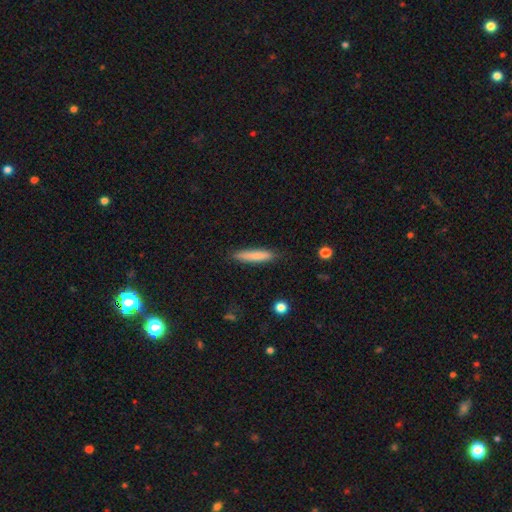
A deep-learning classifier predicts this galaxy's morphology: This appears to be a smooth galaxy with no disk features (80%) that is cigar-shaped (89%). Merging: none (87%).